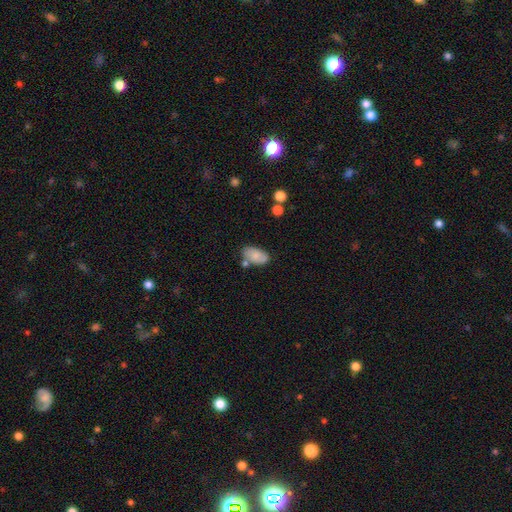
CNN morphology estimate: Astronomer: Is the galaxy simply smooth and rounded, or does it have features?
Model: smooth — 77%.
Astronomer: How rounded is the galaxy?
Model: in between — 93%.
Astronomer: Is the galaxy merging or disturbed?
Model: none — 59%.